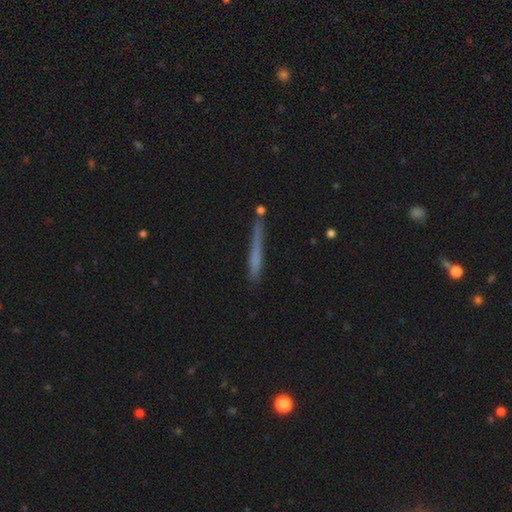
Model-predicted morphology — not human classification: Smooth or featured? smooth (60%)
How rounded? cigar-shaped (96%)
Merging? none (76%)